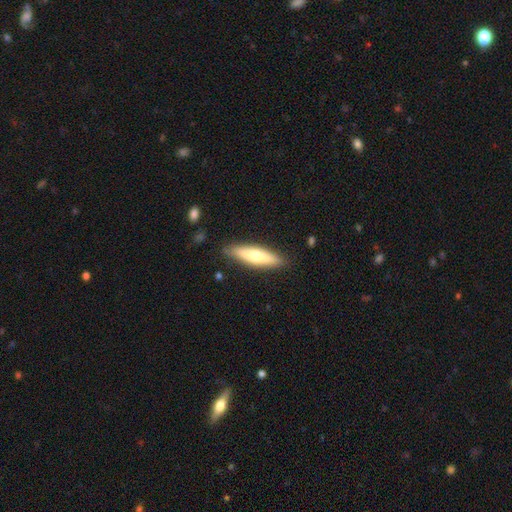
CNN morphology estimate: Smooth or featured: smooth — 60% (featured or disk — 34%)
How rounded: cigar-shaped — 67% (in between — 32%)
Merging: none — 86% (minor disturbance — 11%)